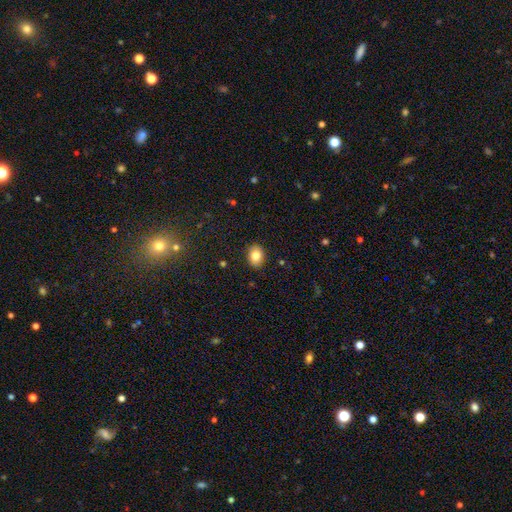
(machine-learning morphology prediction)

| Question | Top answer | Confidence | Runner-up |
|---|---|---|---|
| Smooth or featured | smooth | 83% | star or artifact (9%) |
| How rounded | in between | 64% | round (35%) |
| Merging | none | 88% | minor disturbance (9%) |